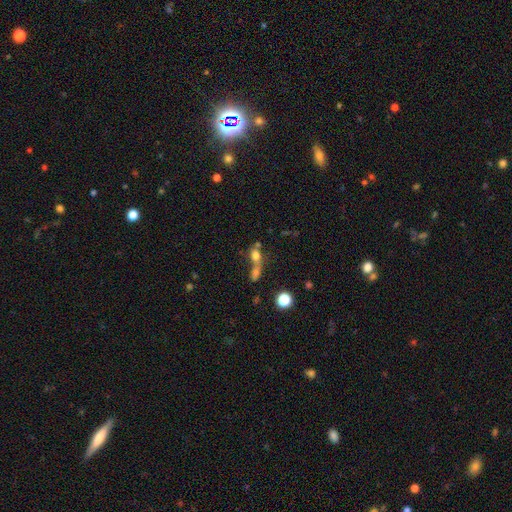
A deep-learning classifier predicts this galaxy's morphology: This is likely a smooth galaxy (65%). How rounded: possibly round (47%). Merging: likely merger (62%).